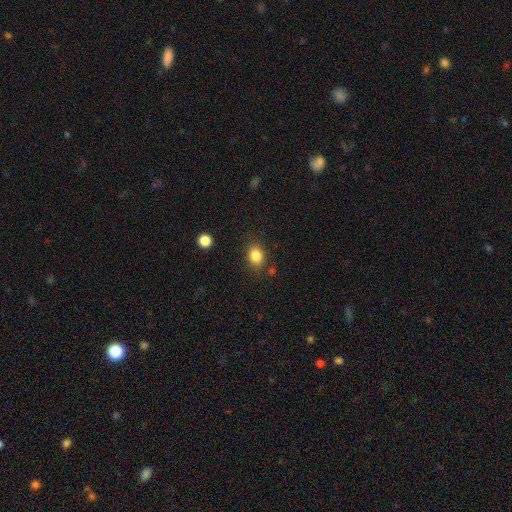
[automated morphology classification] Smooth or featured?
  - smooth: 84% *
  - star or artifact: 10%
  - featured or disk: 6%
How rounded?
  - in between: 53% *
  - round: 46%
  - cigar-shaped: 1%
Merging?
  - none: 81% *
  - minor disturbance: 12%
  - major disturbance: 4%
  - merger: 3%